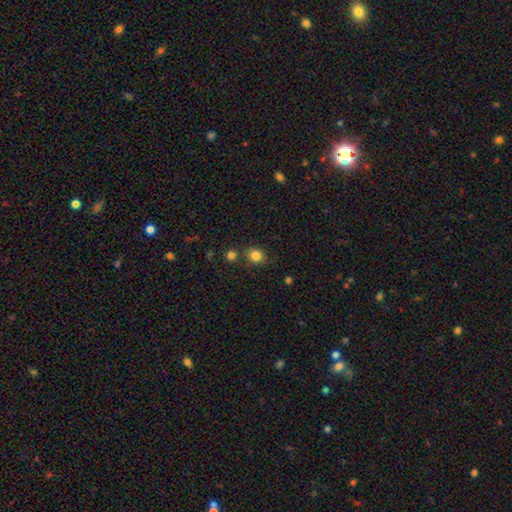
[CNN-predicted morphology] Overall: smooth (83%). How rounded: round (74%). Merging: none (76%).